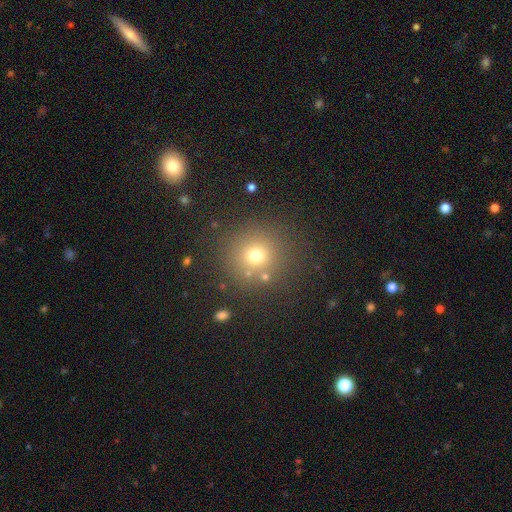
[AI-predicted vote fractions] This is likely a smooth galaxy (70%). How rounded: clearly round (92%). Merging: clearly none (83%).